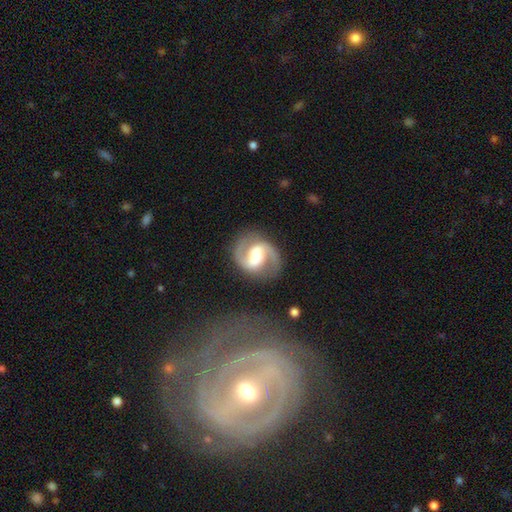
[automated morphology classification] Smooth or featured? featured or disk (89%)
Edge-on disk? no (98%)
Bar? weak (42%)
Spiral arms? yes (97%)
Spiral winding? medium (59%)
Spiral arm count? 2 (94%)
Bulge size? moderate (59%)
Merging? none (84%)